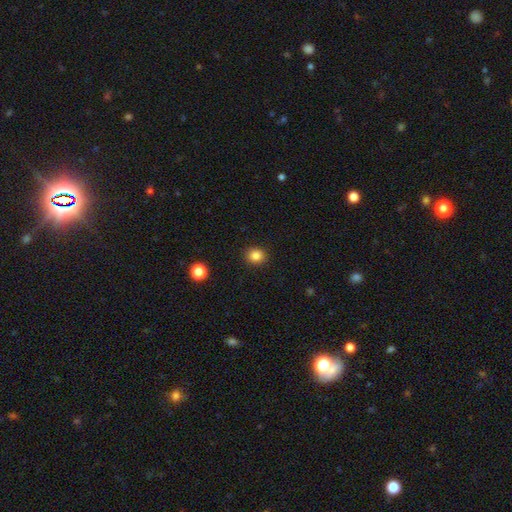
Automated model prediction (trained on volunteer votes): This is clearly a smooth galaxy (85%). How rounded: clearly round (82%). Merging: clearly none (91%).